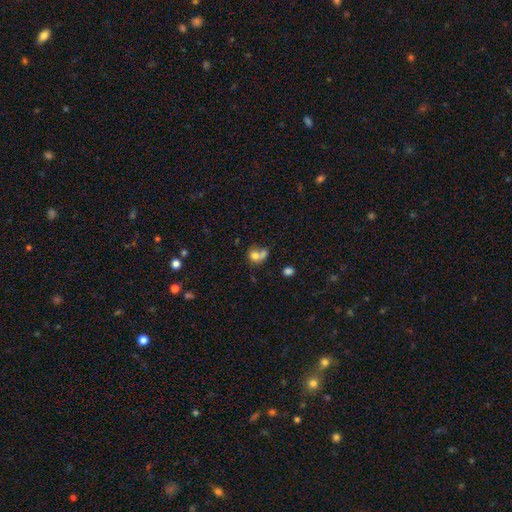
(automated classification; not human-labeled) A smooth galaxy with no disk features (72%) that is round (66%).

Vote fractions:
- Smooth or featured? smooth: 72% / featured or disk: 16% / star or artifact: 11%
- How rounded? round: 66% / in between: 32% / cigar-shaped: 1%
- Merging? merger: 55% / none: 27% / minor disturbance: 10% / major disturbance: 8%